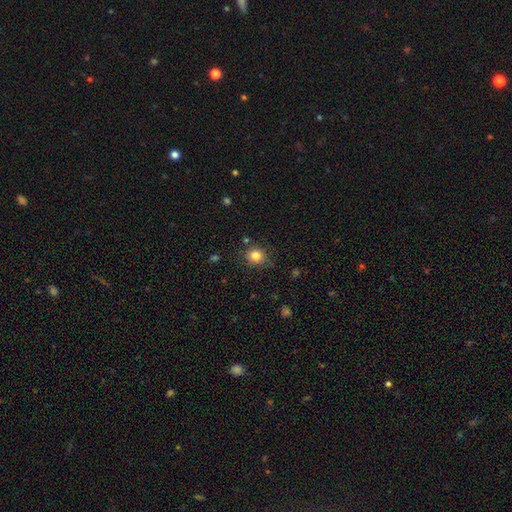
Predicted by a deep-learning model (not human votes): The model was most divided on "how rounded": round: 80%, in between: 19%, cigar-shaped: 1%. More confident: smooth or featured — smooth (82%); merging — none (79%).